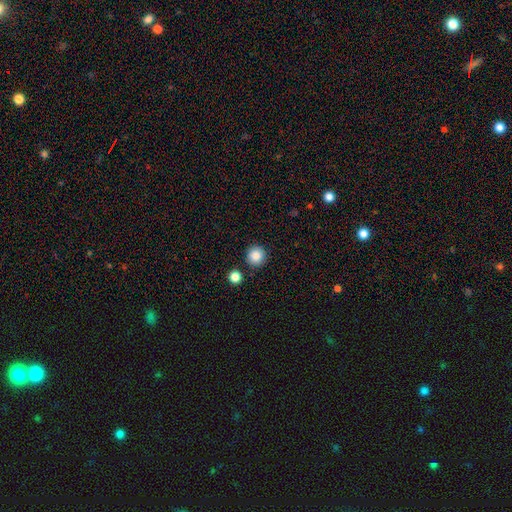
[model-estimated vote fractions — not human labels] Smooth or featured?
  - smooth: 85% *
  - star or artifact: 10%
  - featured or disk: 5%
How rounded?
  - round: 95% *
  - in between: 4%
  - cigar-shaped: 1%
Merging?
  - none: 89% *
  - minor disturbance: 6%
  - merger: 3%
  - major disturbance: 2%